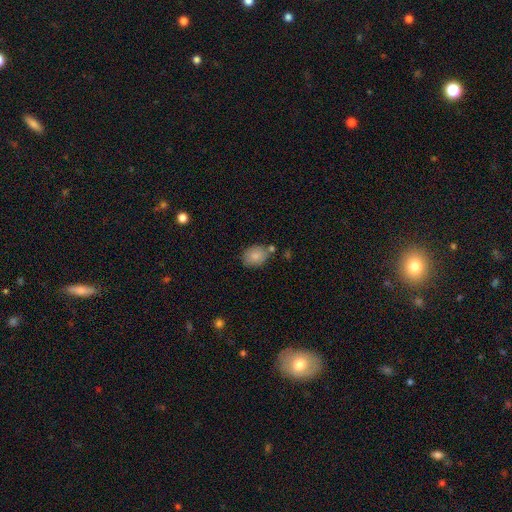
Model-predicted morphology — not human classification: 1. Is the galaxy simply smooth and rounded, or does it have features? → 83% smooth, 9% featured or disk, 8% star or artifact.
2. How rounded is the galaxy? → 64% in between, 35% round, 1% cigar-shaped.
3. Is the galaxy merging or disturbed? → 69% none, 16% minor disturbance, 10% merger, 4% major disturbance.